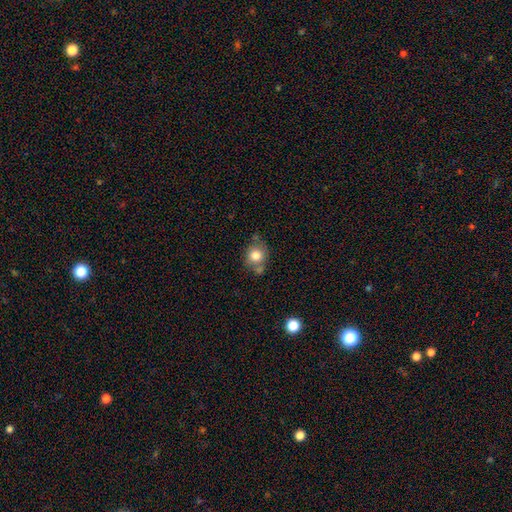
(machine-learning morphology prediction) smooth-or-featured: smooth: 79% | featured or disk: 11% | star or artifact: 9%
  how-rounded: round: 72% | in between: 27% | cigar-shaped: 1%
  merging: none: 61% | minor disturbance: 18% | merger: 16% | major disturbance: 5%